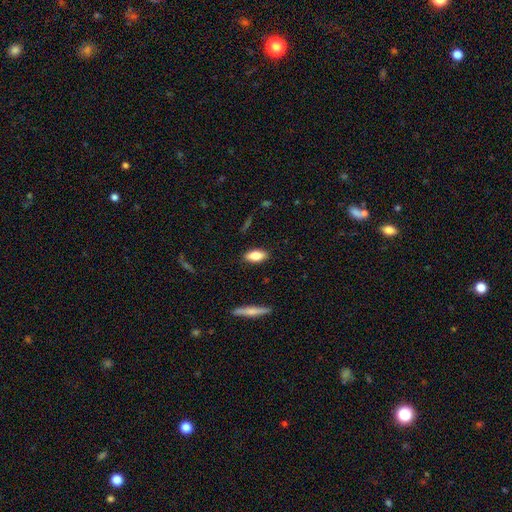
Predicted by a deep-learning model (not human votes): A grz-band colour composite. It shows a smooth galaxy with no disk features (79%) that is in between round and cigar-shaped (84%). Merging: none (88%).